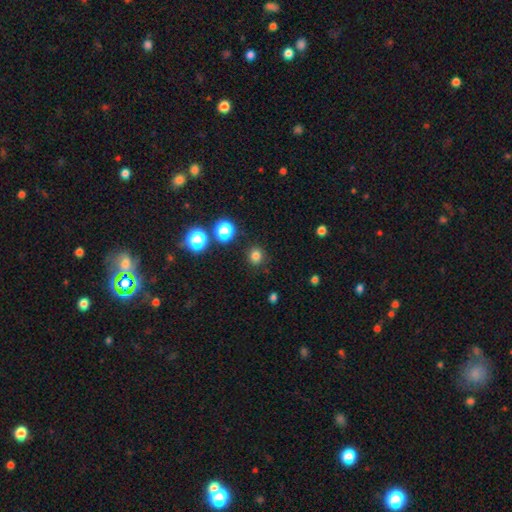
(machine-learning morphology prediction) A smooth galaxy with no disk features (79%) that is round (88%). Merging: none (88%).